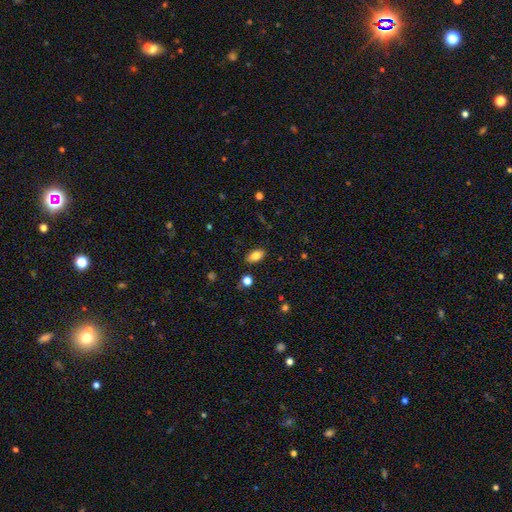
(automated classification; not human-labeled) Smooth or featured: smooth — 80% (featured or disk — 11%)
How rounded: in between — 90% (round — 7%)
Merging: none — 86% (minor disturbance — 10%)